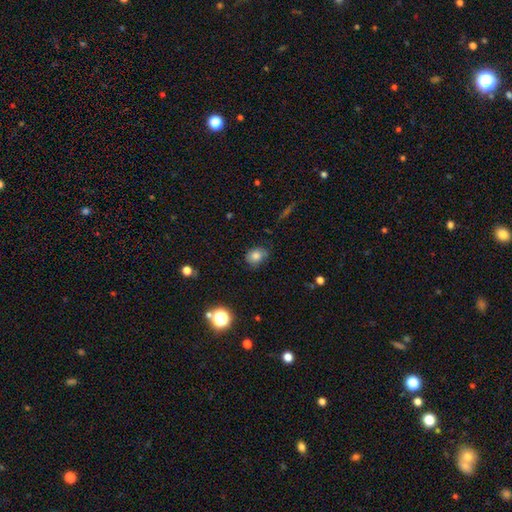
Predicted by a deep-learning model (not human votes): Q: Smooth or featured?
A: smooth (77%); runner-up: star or artifact (11%)
Q: How rounded?
A: in between (55%); runner-up: round (44%)
Q: Merging?
A: none (72%); runner-up: minor disturbance (22%)